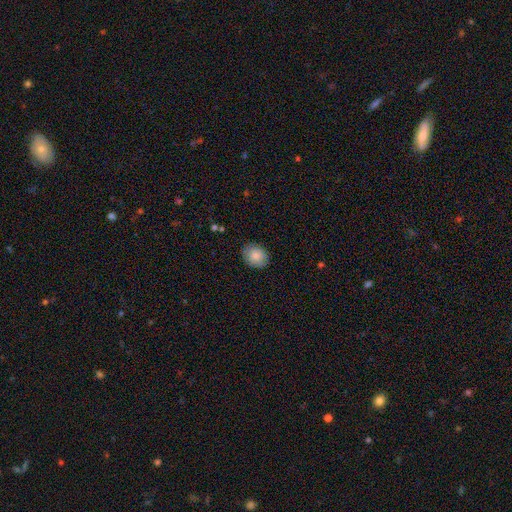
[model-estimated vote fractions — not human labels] Smooth or featured? Predicted: smooth (p=0.86). How rounded? Predicted: round (p=0.50). Merging? Predicted: none (p=0.85).